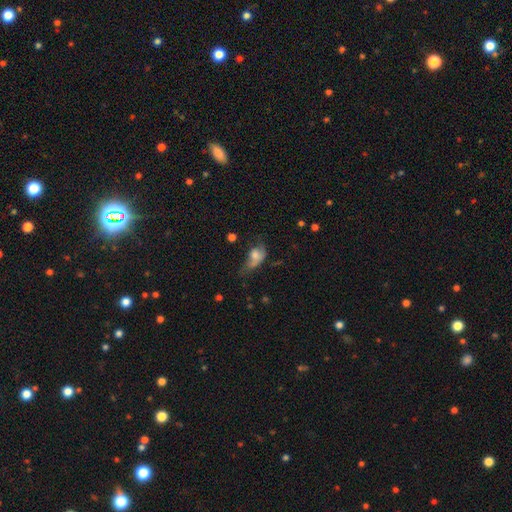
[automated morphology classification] smooth 64%, featured or disk 26%, star or artifact 11%. Down the decision tree: how rounded — in between (78%); merging — major disturbance (39%).